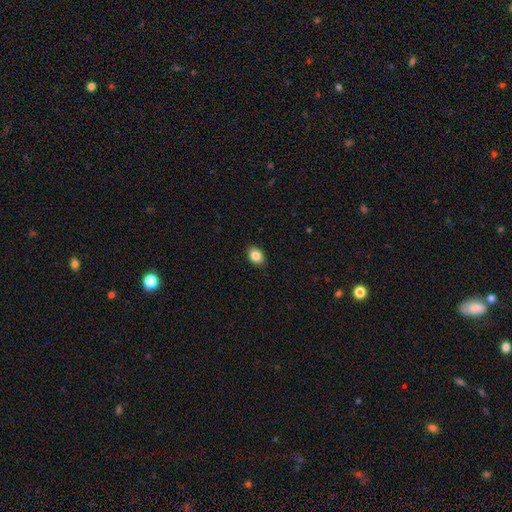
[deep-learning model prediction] The model was most divided on "how rounded": in between: 70%, round: 29%, cigar-shaped: 1%. More confident: merging — none (89%); smooth or featured — smooth (86%).